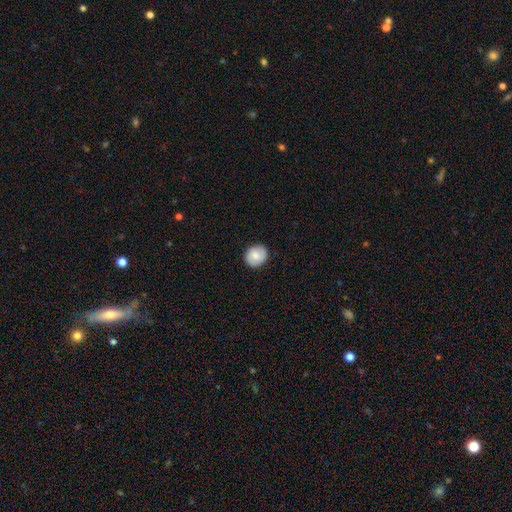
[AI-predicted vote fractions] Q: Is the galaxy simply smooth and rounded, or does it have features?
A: smooth — 78%.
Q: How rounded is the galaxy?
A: round — 75%.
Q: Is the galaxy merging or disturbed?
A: none — 88%.